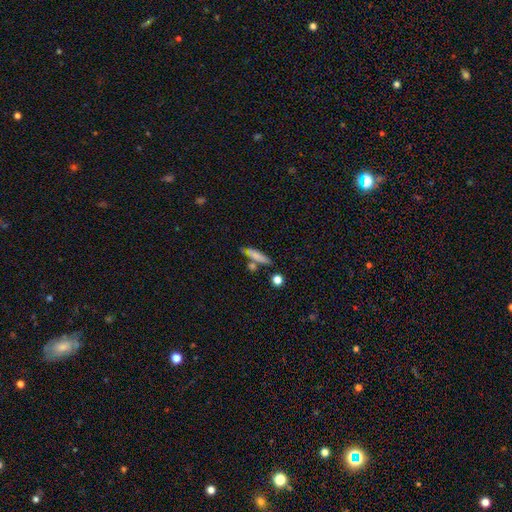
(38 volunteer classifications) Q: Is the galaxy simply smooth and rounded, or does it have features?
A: smooth — 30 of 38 (79%).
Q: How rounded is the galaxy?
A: cigar-shaped — 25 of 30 (83%).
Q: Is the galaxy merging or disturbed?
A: none — 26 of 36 (72%).